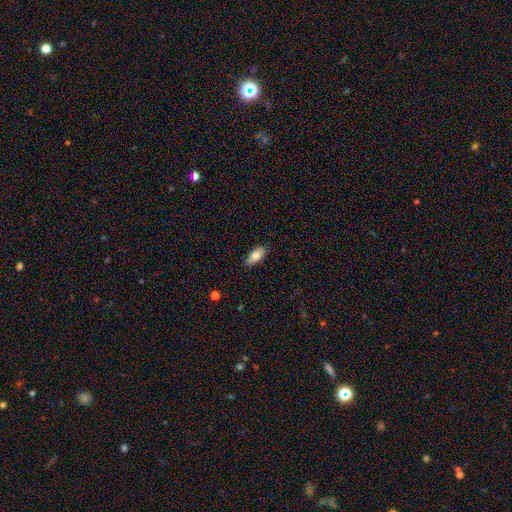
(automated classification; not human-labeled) Smooth or featured: smooth — 78% (featured or disk — 15%)
How rounded: in between — 83% (cigar-shaped — 15%)
Merging: none — 85% (minor disturbance — 12%)